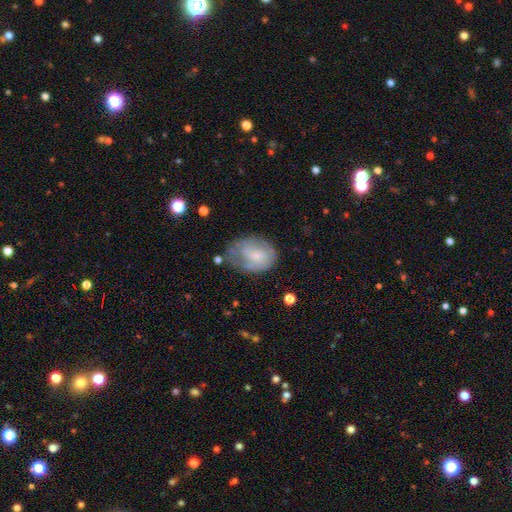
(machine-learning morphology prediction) smooth-or-featured: smooth: 50% | featured or disk: 43% | star or artifact: 8%
  merging: none: 45% | minor disturbance: 32% | major disturbance: 20% | merger: 3%